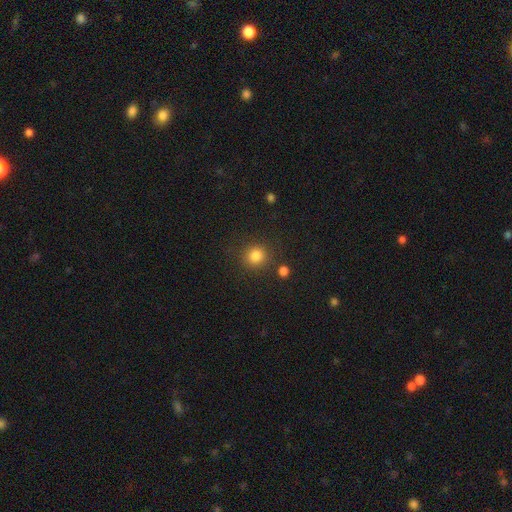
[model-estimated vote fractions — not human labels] The model was most divided on "smooth or featured": smooth: 83%, star or artifact: 12%, featured or disk: 5%. More confident: how rounded — round (90%); merging — none (84%).